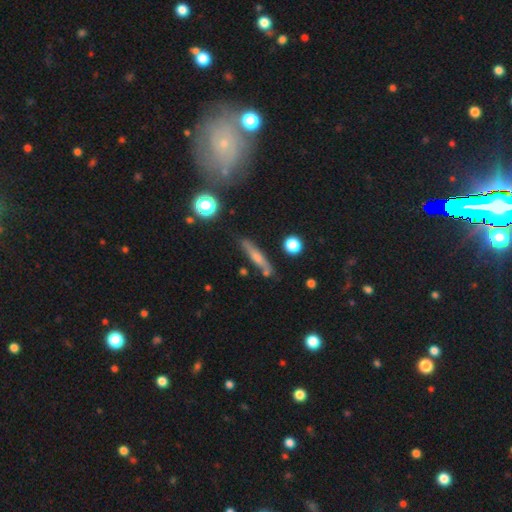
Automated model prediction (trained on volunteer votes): Overall: featured or disk (46%; smooth 44%). Merging: none (79%).